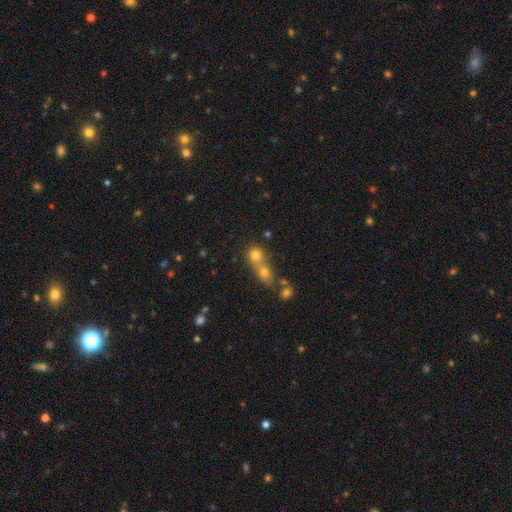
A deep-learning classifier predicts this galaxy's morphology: This is likely a smooth galaxy (69%). How rounded: likely round (76%). Merging: likely merger (62%).